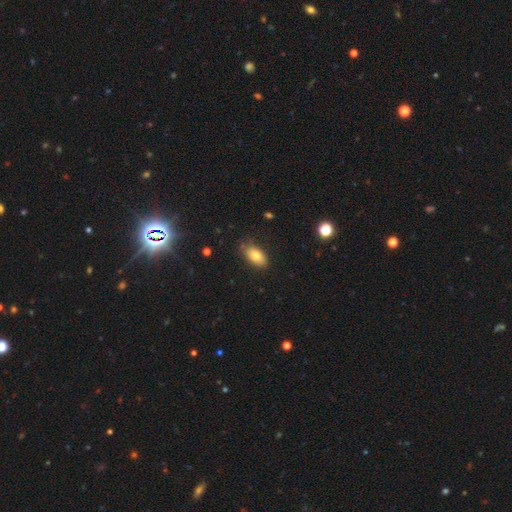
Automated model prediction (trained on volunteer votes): A smooth galaxy with no disk features (79%) that is in between round and cigar-shaped (90%).

Vote fractions:
- Smooth or featured? smooth: 79% / featured or disk: 13% / star or artifact: 9%
- How rounded? in between: 90% / round: 5% / cigar-shaped: 4%
- Merging? none: 78% / minor disturbance: 17% / major disturbance: 3% / merger: 2%